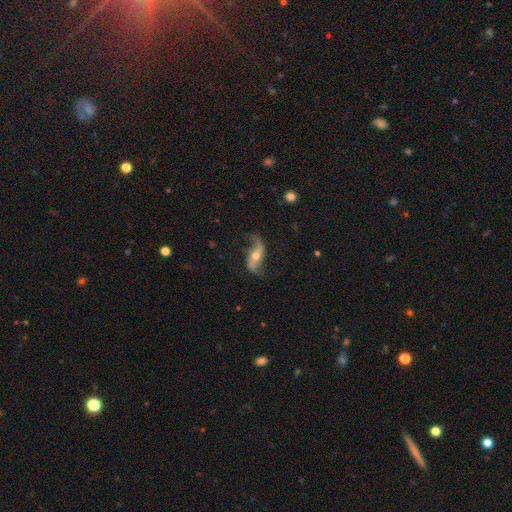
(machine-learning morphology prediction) Smooth or featured?
  - featured or disk: 84% *
  - smooth: 10%
  - star or artifact: 6%
Edge-on disk?
  - no: 91% *
  - yes: 9%
Bar?
  - no: 46% *
  - weak: 30%
  - strong: 24%
Spiral arms?
  - yes: 95% *
  - no: 5%
Spiral winding?
  - loose: 89% *
  - medium: 8%
  - tight: 3%
Spiral arm count?
  - 2: 93% *
  - 1: 2%
  - can't tell: 2%
  - 3: 1%
  - 4: 1%
  - more than 4: 1%
Bulge size?
  - moderate: 66% *
  - small: 25%
  - large: 6%
  - none: 2%
  - dominant: 1%
Merging?
  - none: 75% *
  - minor disturbance: 15%
  - major disturbance: 8%
  - merger: 2%